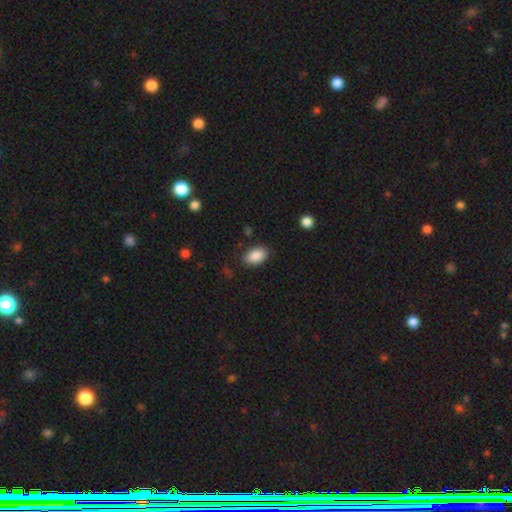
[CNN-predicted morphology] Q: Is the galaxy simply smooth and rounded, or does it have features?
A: smooth — 88%.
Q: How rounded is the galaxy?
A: in between — 91%.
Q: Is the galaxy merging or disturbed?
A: none — 83%.